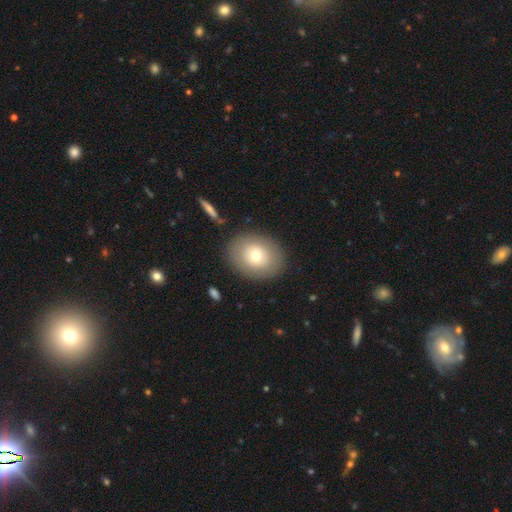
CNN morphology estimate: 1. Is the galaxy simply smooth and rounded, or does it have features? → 69% smooth, 22% featured or disk, 8% star or artifact.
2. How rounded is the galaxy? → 56% round, 43% in between, 1% cigar-shaped.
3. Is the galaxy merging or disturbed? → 87% none, 8% minor disturbance, 3% major disturbance, 2% merger.